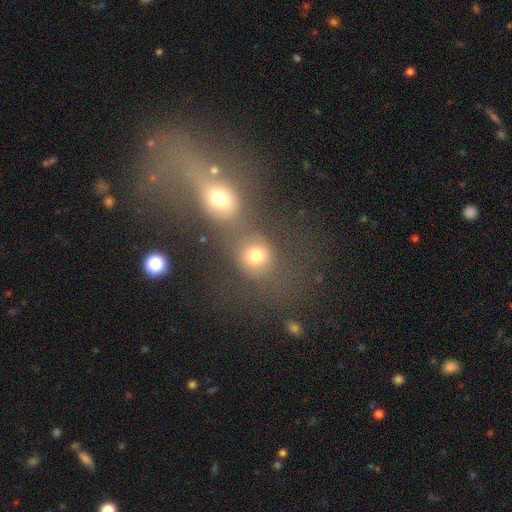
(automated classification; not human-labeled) A smooth galaxy with no disk features (76%) that is round (73%).

Vote fractions:
- Smooth or featured? smooth: 76% / star or artifact: 15% / featured or disk: 10%
- How rounded? round: 73% / in between: 25% / cigar-shaped: 2%
- Merging? merger: 46% / none: 39% / minor disturbance: 9% / major disturbance: 7%